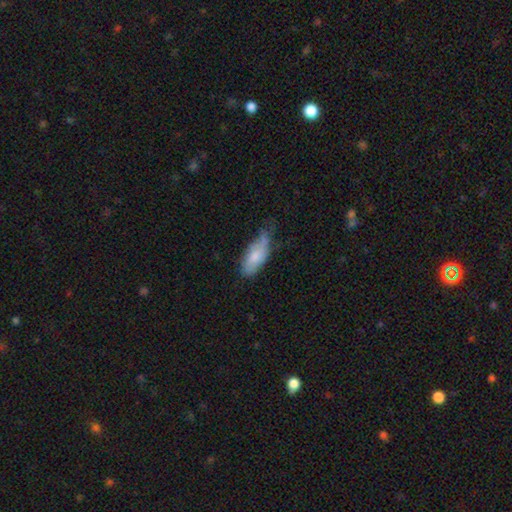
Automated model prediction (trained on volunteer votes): Smooth or featured? smooth (72%)
How rounded? in between (83%)
Merging? minor disturbance (46%)